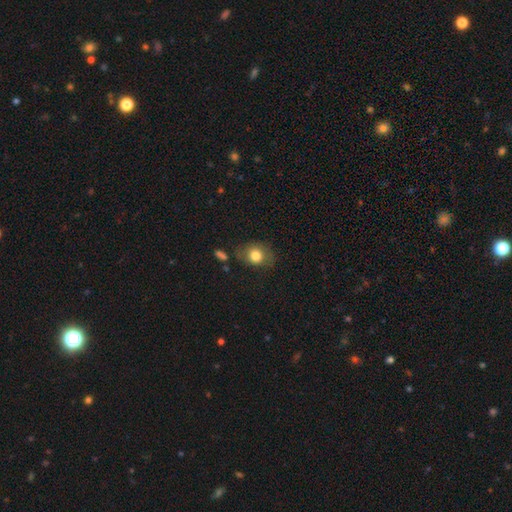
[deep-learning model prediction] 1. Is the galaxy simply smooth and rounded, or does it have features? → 78% smooth, 13% featured or disk, 9% star or artifact.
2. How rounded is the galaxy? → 55% round, 44% in between, 1% cigar-shaped.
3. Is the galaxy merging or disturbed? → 66% none, 21% minor disturbance, 9% major disturbance, 4% merger.